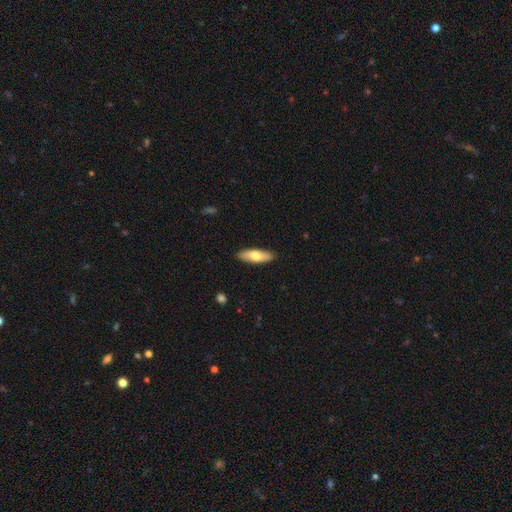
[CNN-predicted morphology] Smooth or featured?
  - smooth: 69% *
  - featured or disk: 26%
  - star or artifact: 5%
How rounded?
  - in between: 52% *
  - cigar-shaped: 46%
  - round: 2%
Merging?
  - none: 89% *
  - minor disturbance: 9%
  - major disturbance: 2%
  - merger: 1%